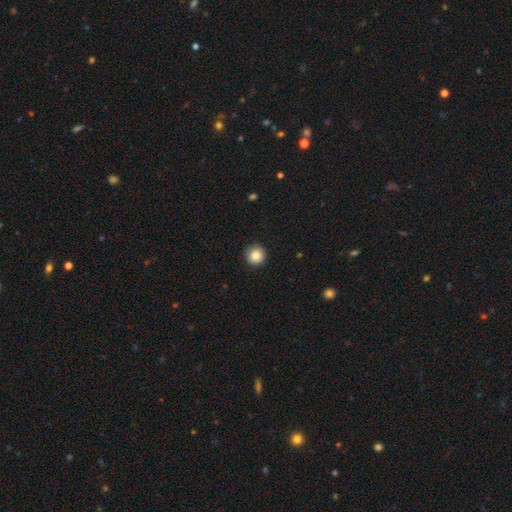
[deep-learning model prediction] smooth_or_featured: smooth (p=0.86) [alt: star or artifact p=0.09]
how_rounded: round (p=0.95) [alt: in between p=0.04]
merging: none (p=0.89) [alt: minor disturbance p=0.08]